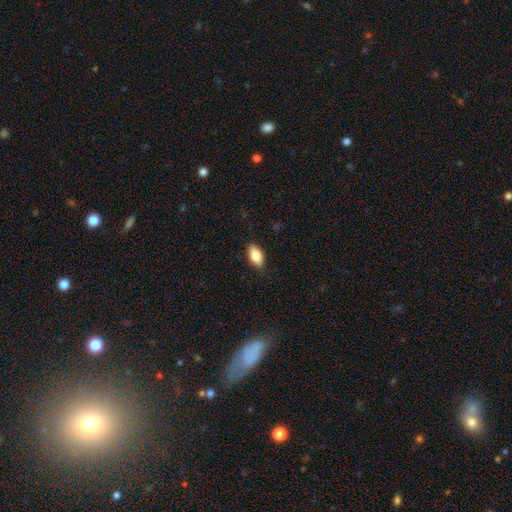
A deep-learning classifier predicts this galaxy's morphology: smooth-or-featured: smooth: 83% | featured or disk: 10% | star or artifact: 7%
  how-rounded: in between: 90% | cigar-shaped: 6% | round: 4%
  merging: none: 85% | minor disturbance: 12% | major disturbance: 2% | merger: 1%